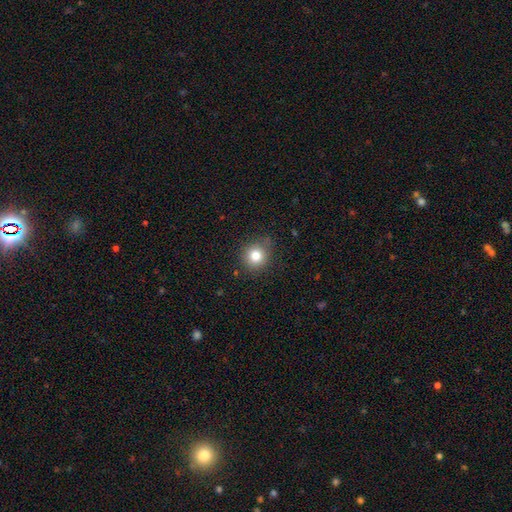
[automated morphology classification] Smooth or featured: smooth — 81% (star or artifact — 12%)
How rounded: round — 88% (in between — 11%)
Merging: none — 83% (minor disturbance — 12%)